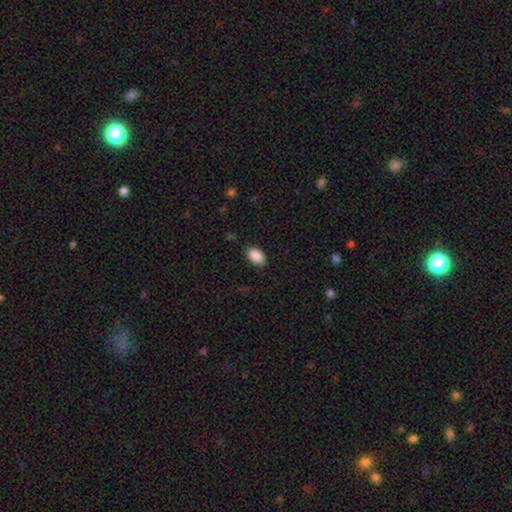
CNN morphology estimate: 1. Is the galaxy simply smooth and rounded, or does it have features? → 90% smooth, 7% star or artifact, 3% featured or disk.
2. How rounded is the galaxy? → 92% in between, 7% round, 1% cigar-shaped.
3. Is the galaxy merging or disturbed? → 85% none, 11% minor disturbance, 2% major disturbance, 1% merger.